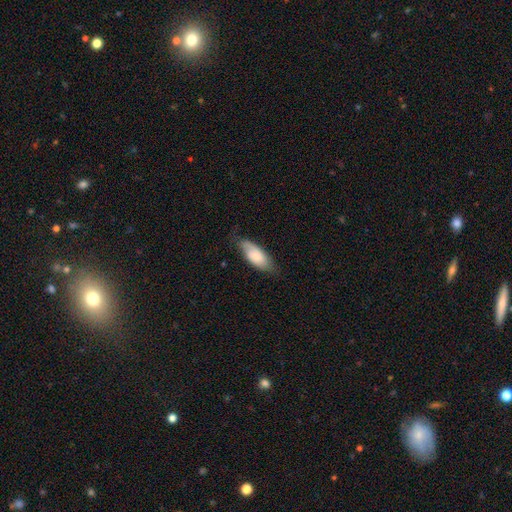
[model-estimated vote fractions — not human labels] This is likely a smooth galaxy (73%). How rounded: clearly in between (83%). Merging: likely none (67%).